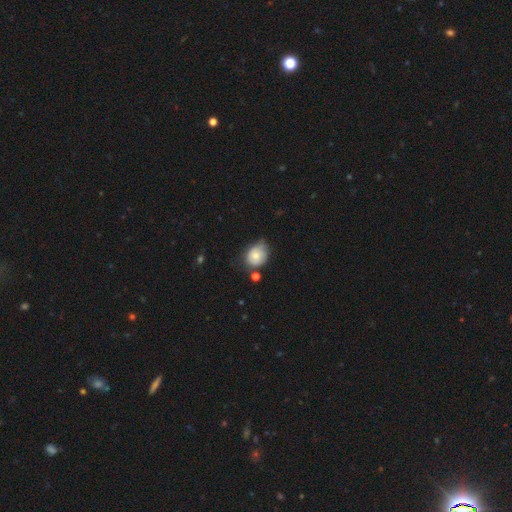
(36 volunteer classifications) Smooth or featured: smooth — 72% (featured or disk — 22%)
How rounded: round — 62% (in between — 38%)
Merging: minor disturbance — 53% (none — 24%)